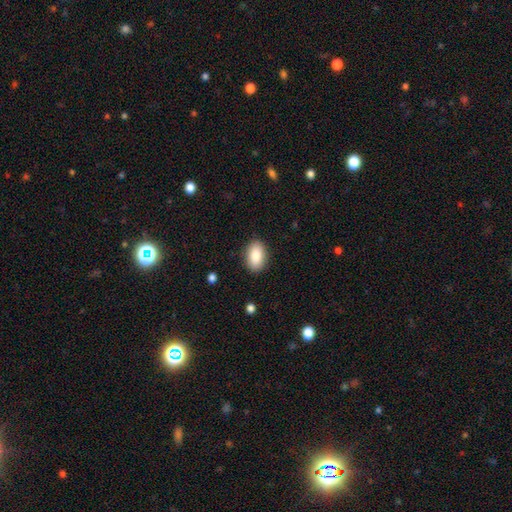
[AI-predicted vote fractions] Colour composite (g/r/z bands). It shows a smooth galaxy with no disk features (87%) that is in between round and cigar-shaped (91%). Merging: none (88%).